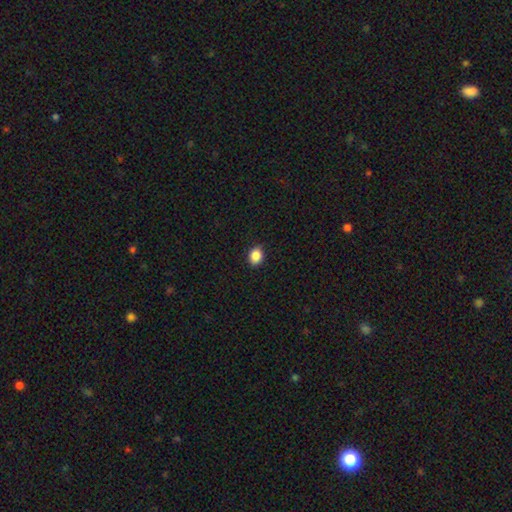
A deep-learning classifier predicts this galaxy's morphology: Smooth or featured?
  - smooth: 87% *
  - star or artifact: 9%
  - featured or disk: 3%
How rounded?
  - in between: 51% *
  - round: 48%
  - cigar-shaped: 1%
Merging?
  - none: 91% *
  - minor disturbance: 6%
  - major disturbance: 2%
  - merger: 1%